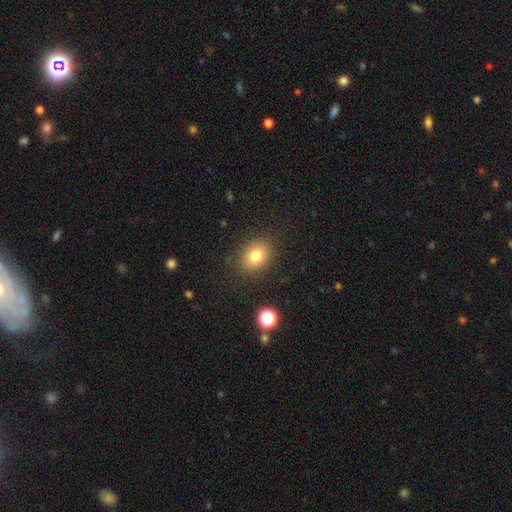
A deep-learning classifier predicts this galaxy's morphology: Smooth or featured? smooth (79%)
How rounded? round (50%)
Merging? none (87%)